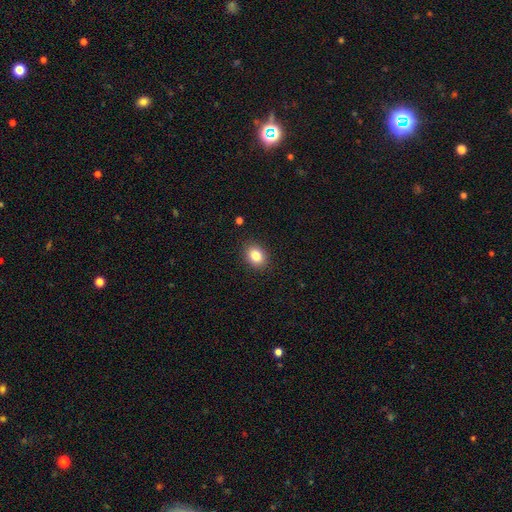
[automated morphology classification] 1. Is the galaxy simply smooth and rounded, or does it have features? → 84% smooth, 10% star or artifact, 6% featured or disk.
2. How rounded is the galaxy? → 60% in between, 39% round, 1% cigar-shaped.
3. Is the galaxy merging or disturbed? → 88% none, 9% minor disturbance, 2% major disturbance, 1% merger.